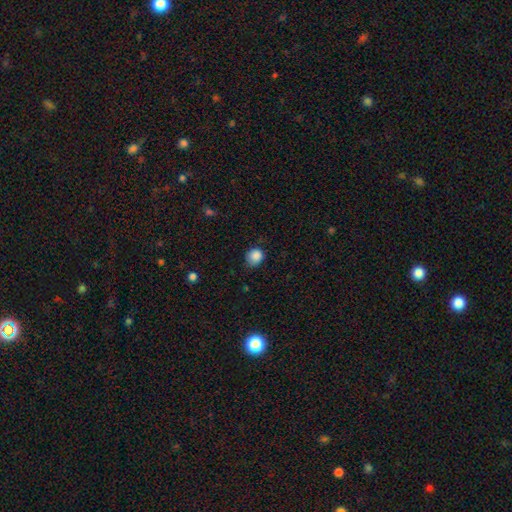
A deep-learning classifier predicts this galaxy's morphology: This is clearly a smooth galaxy (87%). How rounded: likely round (75%). Merging: likely none (66%).